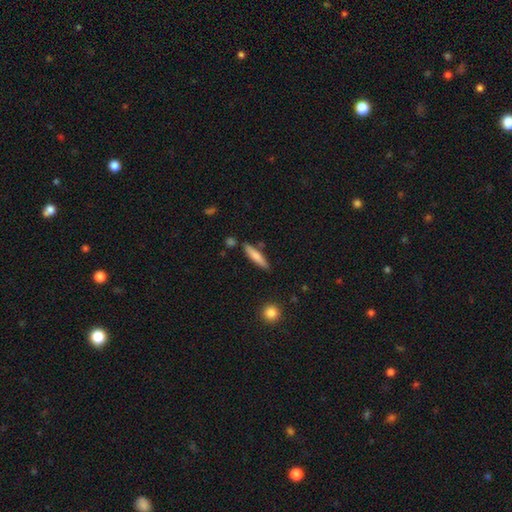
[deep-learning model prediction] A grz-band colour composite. It shows a smooth galaxy with no disk features (74%) that is cigar-shaped (86%). Merging: none (82%).